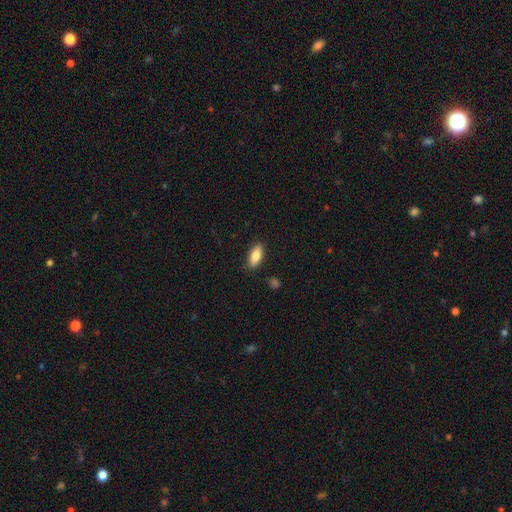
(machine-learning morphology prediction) A smooth galaxy with no disk features (82%) that is in between round and cigar-shaped (79%).

Vote fractions:
- Smooth or featured? smooth: 82% / featured or disk: 11% / star or artifact: 7%
- How rounded? in between: 79% / cigar-shaped: 18% / round: 2%
- Merging? none: 87% / minor disturbance: 10% / major disturbance: 2% / merger: 1%